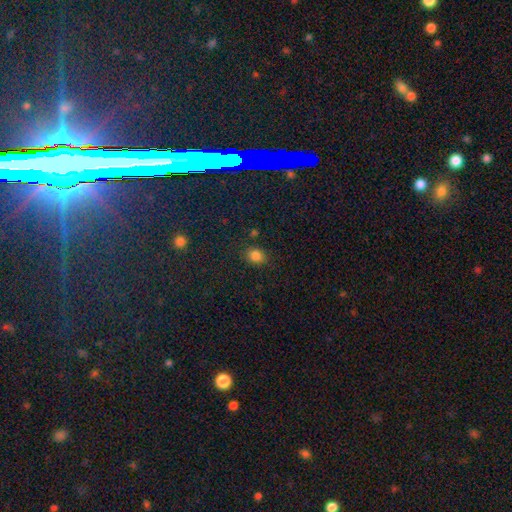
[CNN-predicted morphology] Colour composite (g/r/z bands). It shows a smooth galaxy with no disk features (82%) that is round (59%). Merging: none (83%).